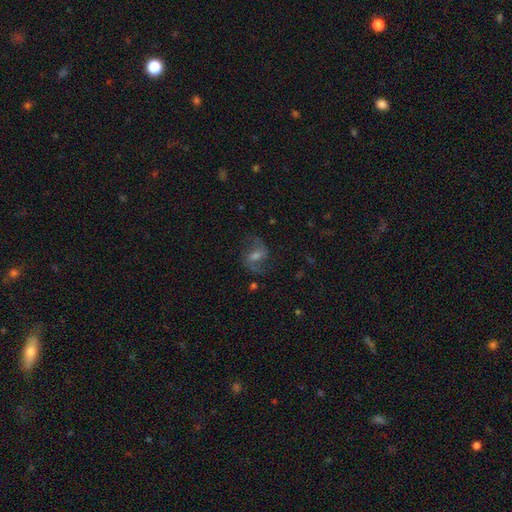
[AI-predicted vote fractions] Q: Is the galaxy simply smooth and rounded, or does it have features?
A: featured or disk — 71%.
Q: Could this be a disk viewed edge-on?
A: no — 97%.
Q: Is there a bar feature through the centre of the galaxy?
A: weak — 52%.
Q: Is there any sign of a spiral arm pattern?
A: yes — 92%.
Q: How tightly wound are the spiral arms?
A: medium — 46%.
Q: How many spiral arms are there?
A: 2 — 90%.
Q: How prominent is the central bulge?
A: moderate — 45%.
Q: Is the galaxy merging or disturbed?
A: none — 71%.